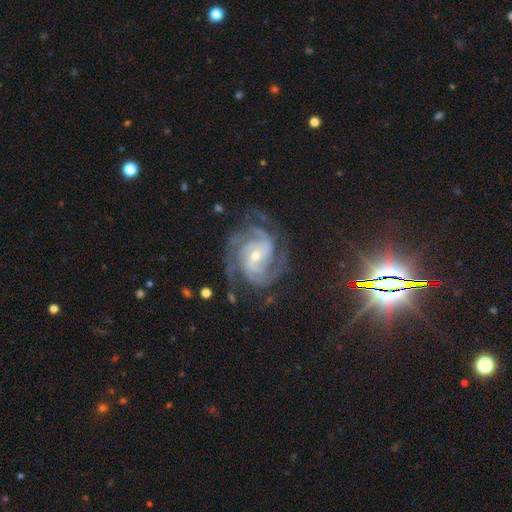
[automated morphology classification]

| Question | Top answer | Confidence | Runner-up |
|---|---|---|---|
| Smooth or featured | featured or disk | 92% | star or artifact (5%) |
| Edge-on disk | no | 98% | yes (2%) |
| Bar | weak | 40% | tied: no (40%) |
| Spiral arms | yes | 98% | no (2%) |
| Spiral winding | tight | 57% | medium (38%) |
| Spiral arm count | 3 | 40% | 4 (20%) |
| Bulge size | small | 61% | moderate (36%) |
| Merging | none | 73% | minor disturbance (17%) |